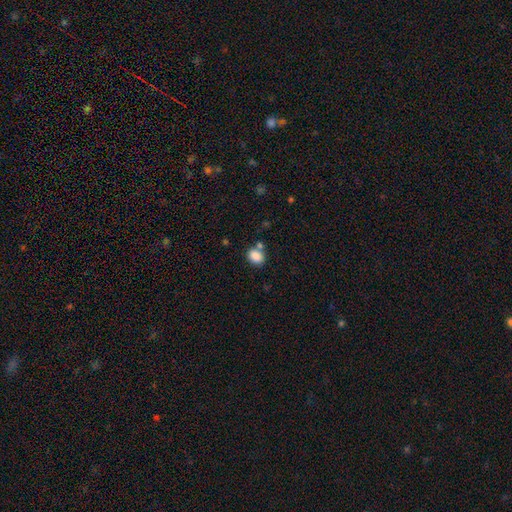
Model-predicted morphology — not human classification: Overall: smooth (86%). How rounded: in between (58%; round 41%). Merging: none (64%).